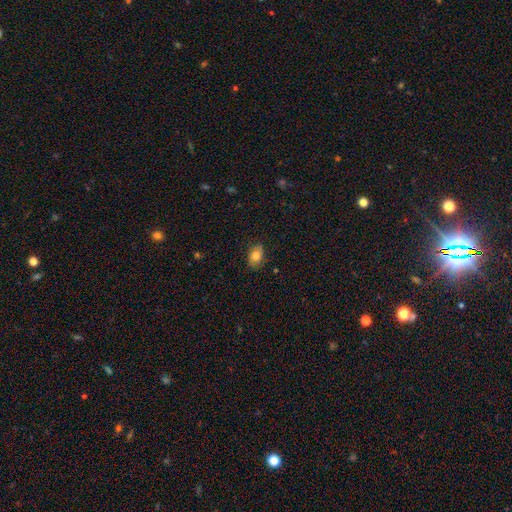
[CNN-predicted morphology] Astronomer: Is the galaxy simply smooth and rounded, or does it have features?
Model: smooth — 77%.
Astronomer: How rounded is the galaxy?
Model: in between — 79%.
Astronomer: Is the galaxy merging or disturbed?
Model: none — 76%.